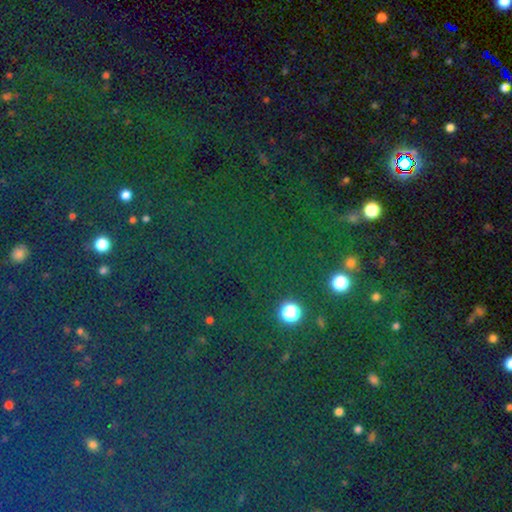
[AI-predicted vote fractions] Smooth or featured? star or artifact (78%)